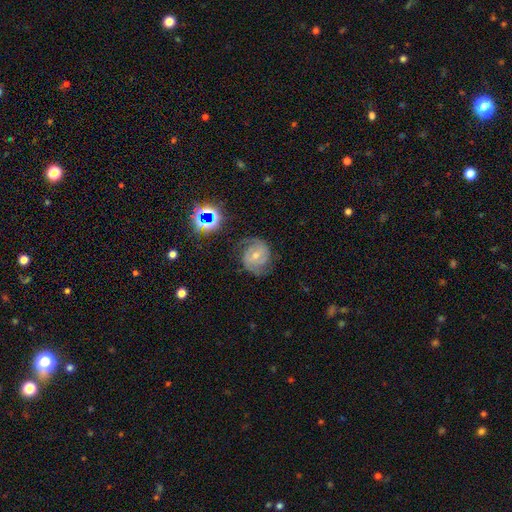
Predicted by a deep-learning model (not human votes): featured or disk 77%, smooth 13%, star or artifact 10%. Down the decision tree: edge-on disk — no (98%); bar — no (47%); spiral arms — yes (95%); spiral arm count — 2 (71%); spiral winding — tight (46%); bulge size — moderate (48%, tied with small); merging — none (72%).